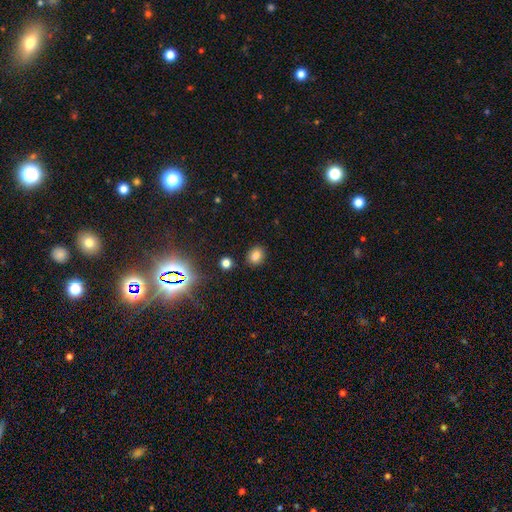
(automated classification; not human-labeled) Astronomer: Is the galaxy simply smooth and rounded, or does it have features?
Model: smooth — 79%.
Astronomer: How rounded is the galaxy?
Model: round — 55% (runner-up: in between, 44%).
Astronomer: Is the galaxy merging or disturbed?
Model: none — 85%.